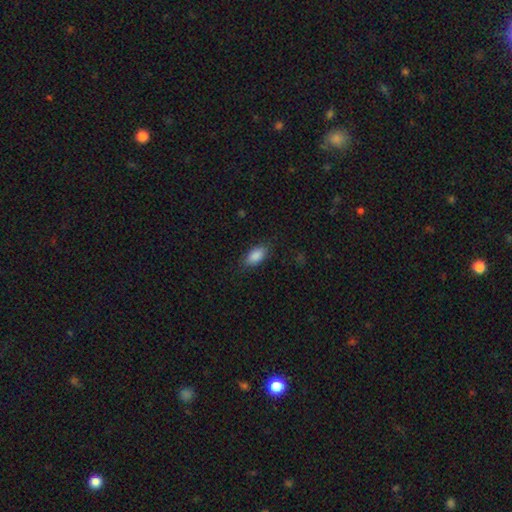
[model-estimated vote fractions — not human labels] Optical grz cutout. It shows a smooth galaxy with no disk features (88%) that is in between round and cigar-shaped (91%). Merging: none (82%).